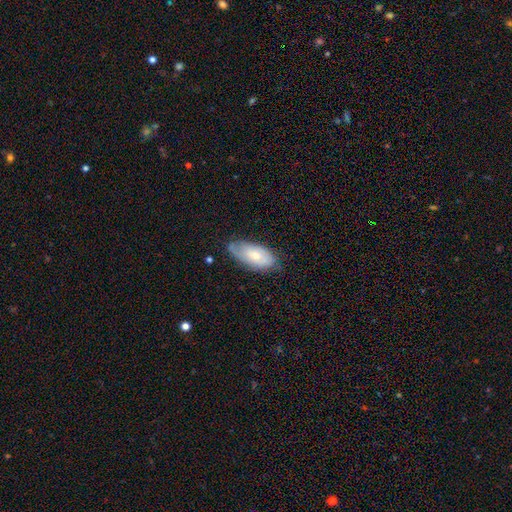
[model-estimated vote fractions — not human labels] A smooth galaxy with no disk features (54%) that is in between round and cigar-shaped (91%). Merging: none (63%).